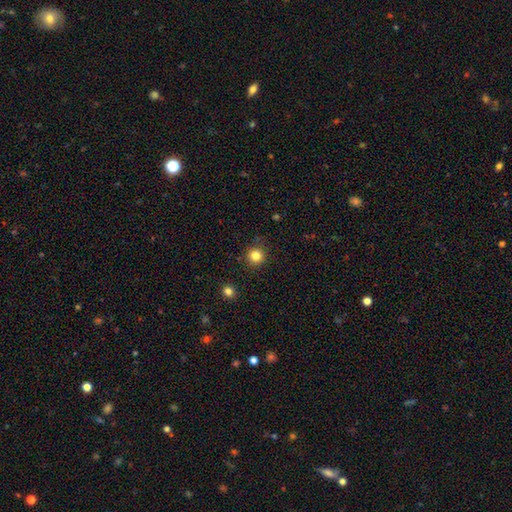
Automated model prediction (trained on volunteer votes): Smooth or featured: smooth — 82% (star or artifact — 13%)
How rounded: round — 93% (in between — 6%)
Merging: none — 88% (minor disturbance — 8%)